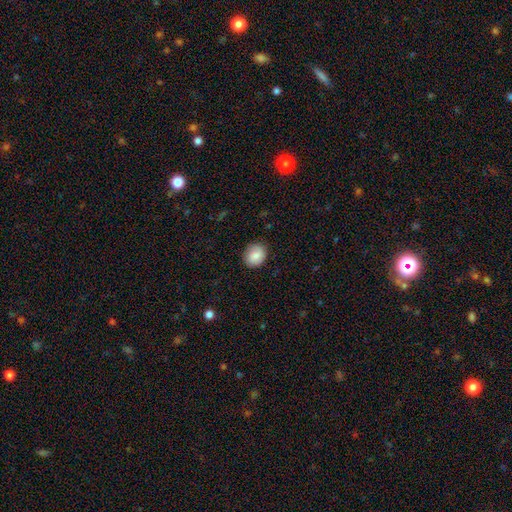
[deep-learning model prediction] Smooth or featured? smooth (85%)
How rounded? round (65%)
Merging? none (86%)